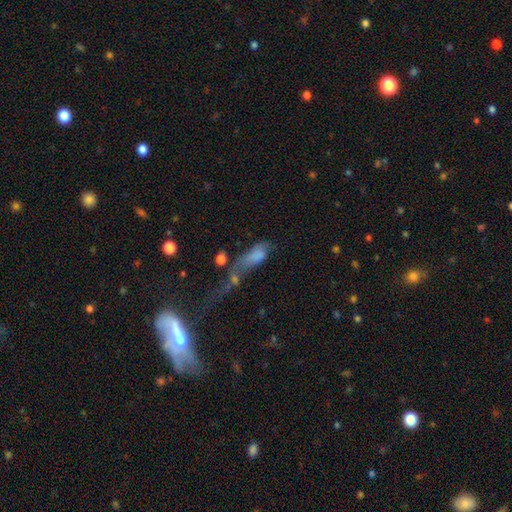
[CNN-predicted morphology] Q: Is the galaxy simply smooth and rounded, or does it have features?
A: smooth — 65%.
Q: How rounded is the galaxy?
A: in between — 72%.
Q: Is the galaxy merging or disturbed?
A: major disturbance — 39%.